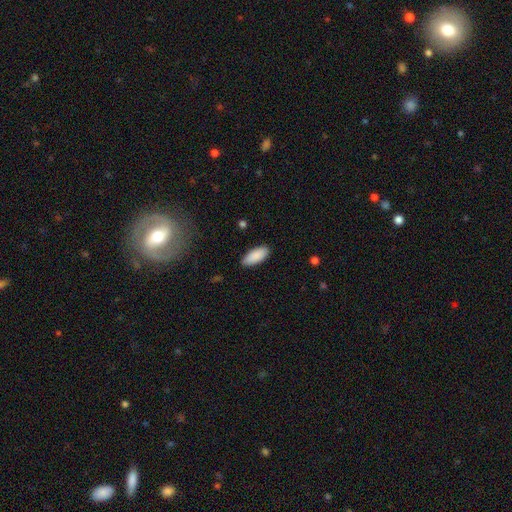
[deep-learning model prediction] The model was most divided on "how rounded": in between: 87%, cigar-shaped: 11%, round: 2%. More confident: smooth or featured — smooth (90%); merging — none (86%).